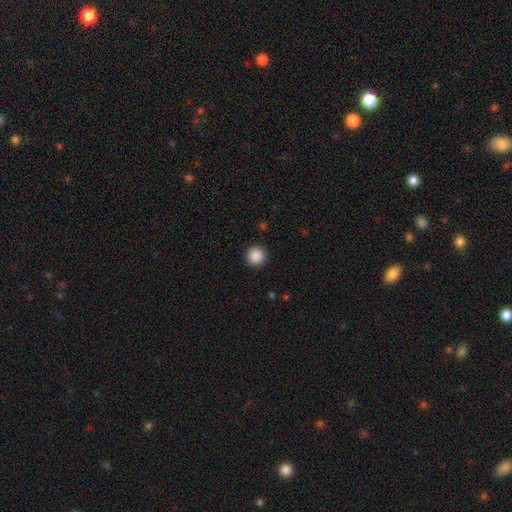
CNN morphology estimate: The model was most divided on "smooth or featured": smooth: 88%, star or artifact: 9%, featured or disk: 3%. More confident: how rounded — round (95%); merging — none (91%).